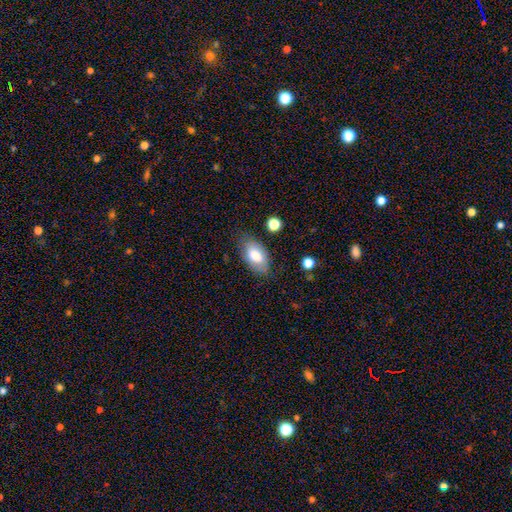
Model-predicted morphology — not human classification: Smooth or featured? smooth (76%)
How rounded? in between (93%)
Merging? none (76%)